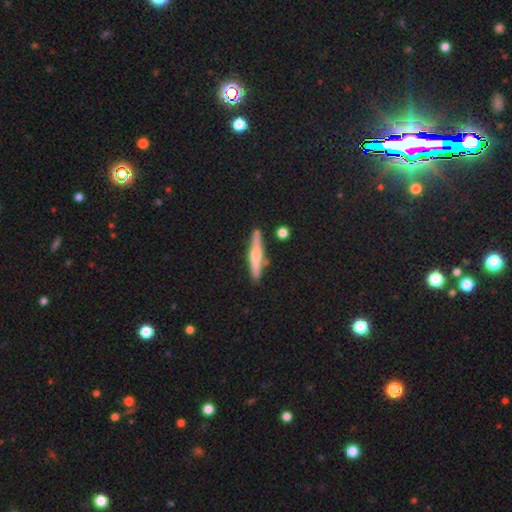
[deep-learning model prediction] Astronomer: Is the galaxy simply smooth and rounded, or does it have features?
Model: featured or disk — 51% (runner-up: smooth, 43%).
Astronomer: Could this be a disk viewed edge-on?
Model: yes — 95%.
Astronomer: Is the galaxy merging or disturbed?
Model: none — 82%.